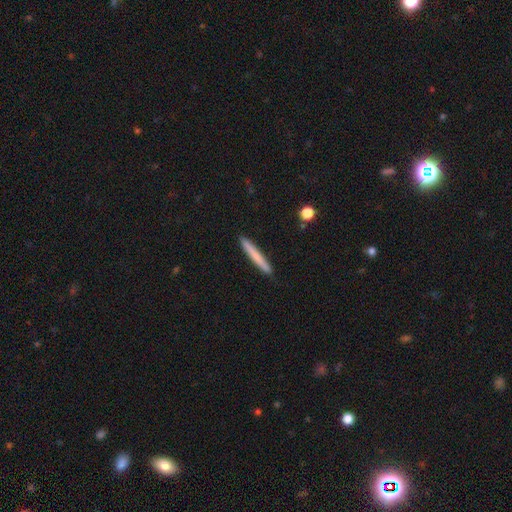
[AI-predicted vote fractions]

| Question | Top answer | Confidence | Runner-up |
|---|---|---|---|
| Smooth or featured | smooth | 72% | featured or disk (23%) |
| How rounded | cigar-shaped | 96% | in between (2%) |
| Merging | none | 91% | minor disturbance (6%) |